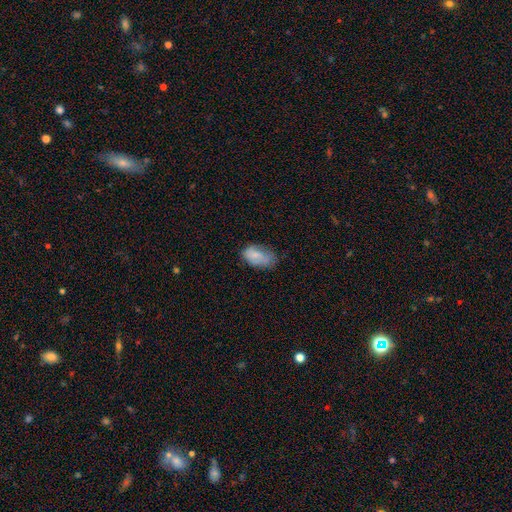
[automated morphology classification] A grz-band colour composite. It shows a smooth galaxy with no disk features (71%) that is in between round and cigar-shaped (92%). Merging: none (49%).